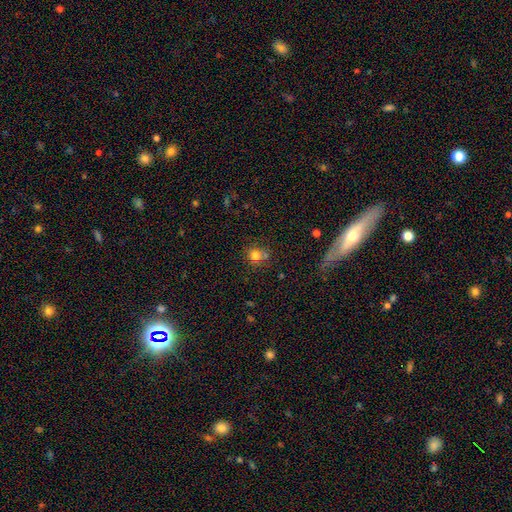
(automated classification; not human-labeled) smooth_or_featured: smooth (p=0.77) [alt: star or artifact p=0.15]
how_rounded: round (p=0.85) [alt: in between p=0.14]
merging: none (p=0.62) [alt: merger p=0.20]